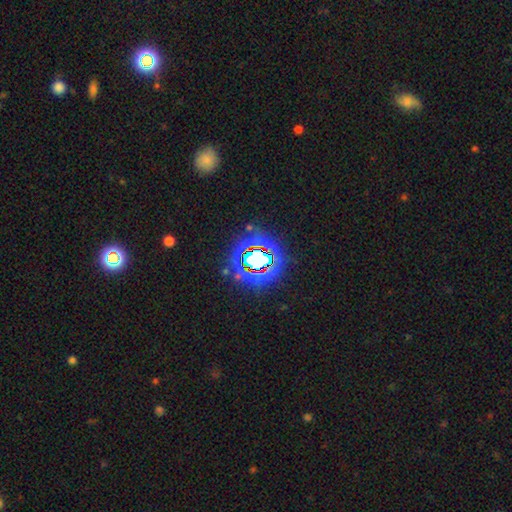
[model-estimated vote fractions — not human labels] A star or artifact, not a galaxy (76%).

Vote fractions:
- Smooth or featured? star or artifact: 76% / smooth: 14% / featured or disk: 10%